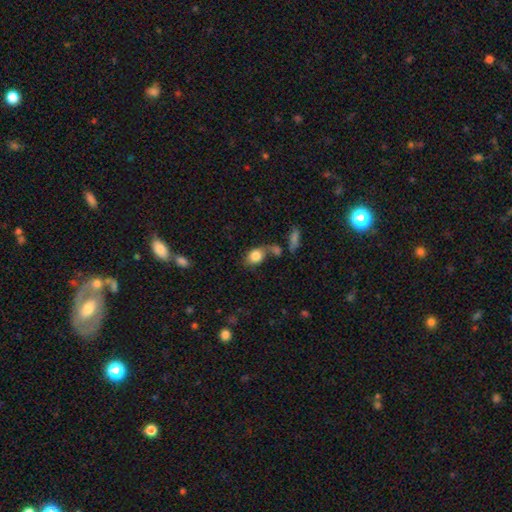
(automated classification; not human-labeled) Smooth or featured?
  - smooth: 82% *
  - featured or disk: 11%
  - star or artifact: 8%
How rounded?
  - in between: 68% *
  - round: 30%
  - cigar-shaped: 2%
Merging?
  - none: 44% *
  - merger: 27%
  - minor disturbance: 19%
  - major disturbance: 10%